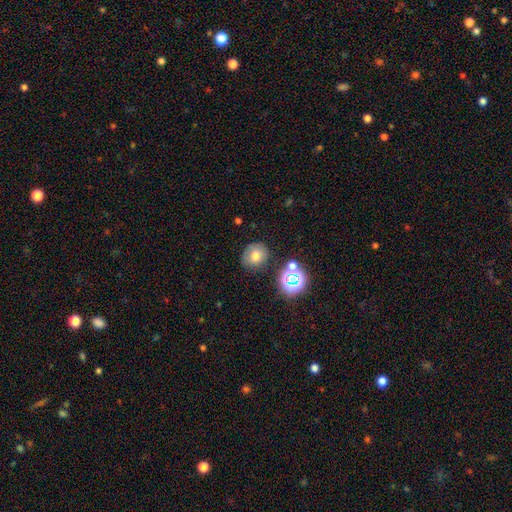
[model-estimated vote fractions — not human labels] smooth-or-featured: smooth: 68% | star or artifact: 18% | featured or disk: 14%
  how-rounded: round: 75% | in between: 24% | cigar-shaped: 1%
  merging: none: 75% | minor disturbance: 15% | merger: 6% | major disturbance: 5%